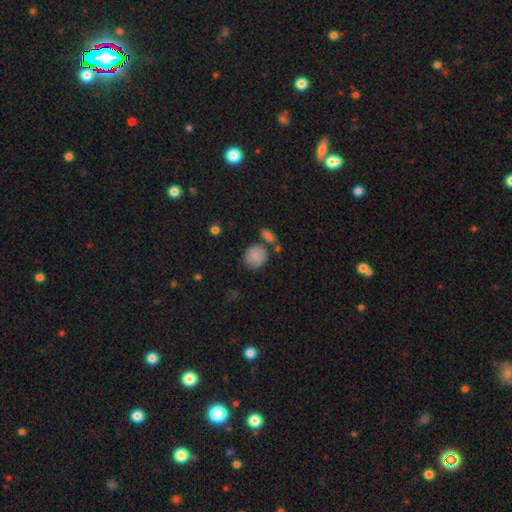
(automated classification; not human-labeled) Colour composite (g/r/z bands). It shows a smooth galaxy with no disk features (84%) that is round (78%). Merging: none (63%).